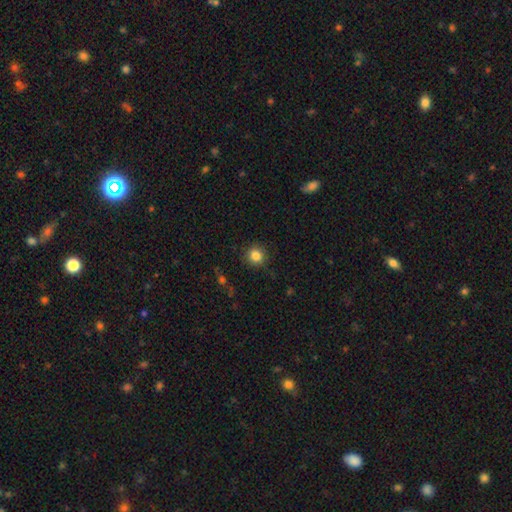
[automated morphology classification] Q: Smooth or featured?
A: smooth (84%); runner-up: star or artifact (11%)
Q: How rounded?
A: round (92%); runner-up: in between (7%)
Q: Merging?
A: none (88%); runner-up: minor disturbance (8%)